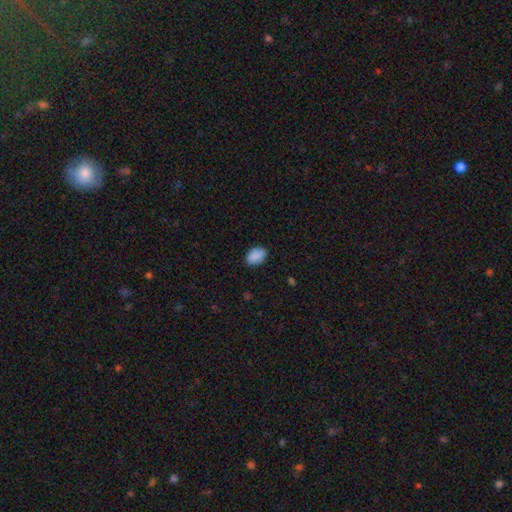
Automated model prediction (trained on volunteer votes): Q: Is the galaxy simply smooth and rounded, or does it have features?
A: smooth — 88%.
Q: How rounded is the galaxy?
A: in between — 80%.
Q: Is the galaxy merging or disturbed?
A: none — 81%.